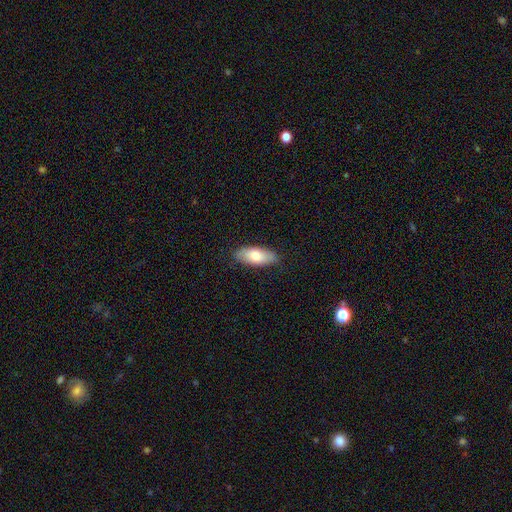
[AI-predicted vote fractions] Smooth or featured?
  - smooth: 75% *
  - featured or disk: 19%
  - star or artifact: 6%
How rounded?
  - in between: 84% *
  - cigar-shaped: 13%
  - round: 2%
Merging?
  - none: 86% *
  - minor disturbance: 11%
  - major disturbance: 2%
  - merger: 1%